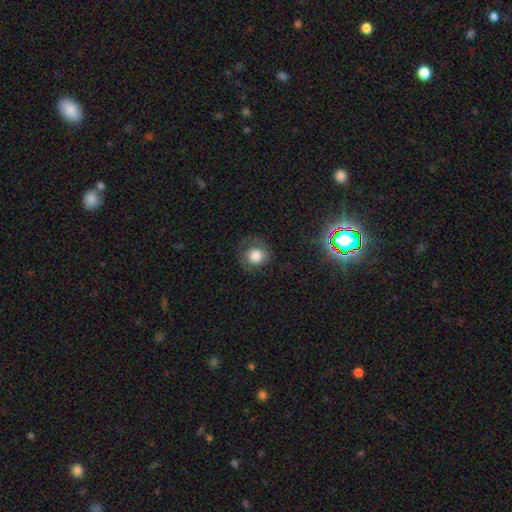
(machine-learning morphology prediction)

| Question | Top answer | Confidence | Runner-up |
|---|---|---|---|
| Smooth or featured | smooth | 78% | featured or disk (11%) |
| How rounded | round | 87% | in between (12%) |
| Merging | none | 66% | minor disturbance (20%) |